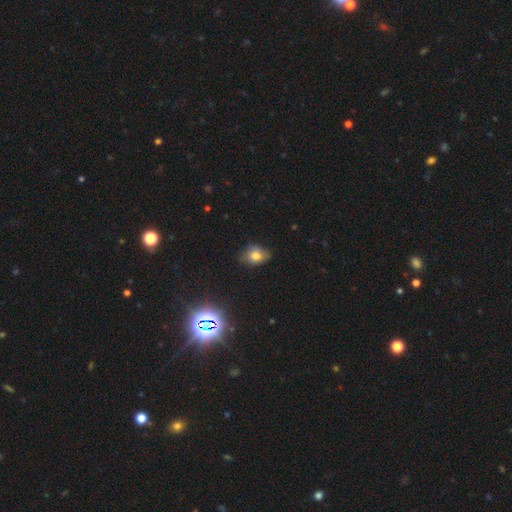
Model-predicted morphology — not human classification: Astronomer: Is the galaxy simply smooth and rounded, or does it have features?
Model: smooth — 72%.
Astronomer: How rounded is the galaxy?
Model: in between — 60% (runner-up: round, 39%).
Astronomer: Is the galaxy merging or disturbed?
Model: none — 61%.